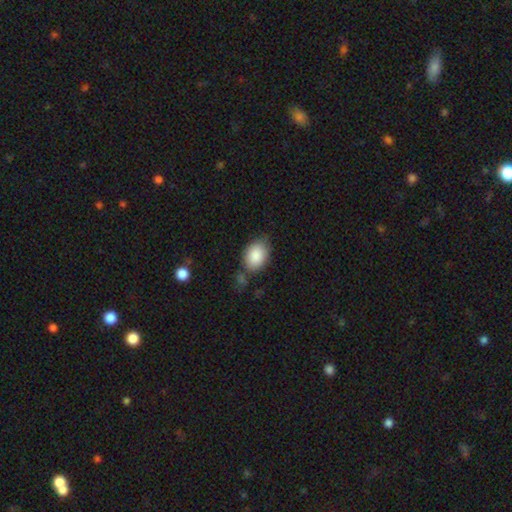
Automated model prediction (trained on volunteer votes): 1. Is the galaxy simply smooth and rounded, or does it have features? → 87% smooth, 7% star or artifact, 6% featured or disk.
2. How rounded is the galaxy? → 82% in between, 17% round, 1% cigar-shaped.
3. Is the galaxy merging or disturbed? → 66% none, 21% minor disturbance, 8% merger, 6% major disturbance.